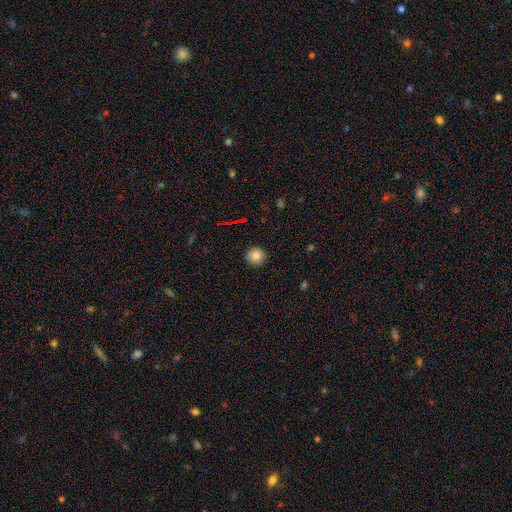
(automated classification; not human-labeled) A smooth galaxy with no disk features (81%) that is round (94%). Merging: none (90%).